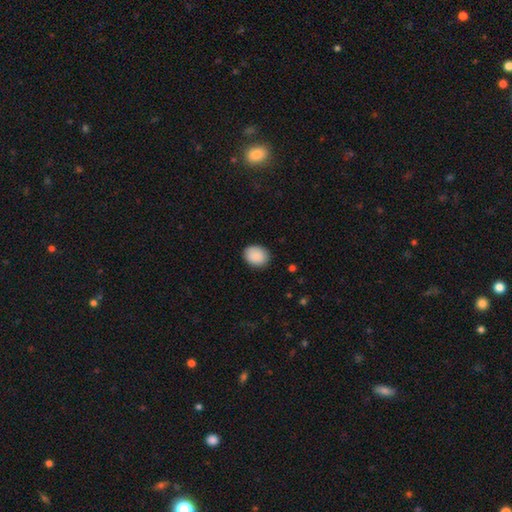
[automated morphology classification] smooth_or_featured: smooth (p=0.90) [alt: star or artifact p=0.07]
how_rounded: in between (p=0.51) [alt: round p=0.49]
merging: none (p=0.88) [alt: minor disturbance p=0.09]